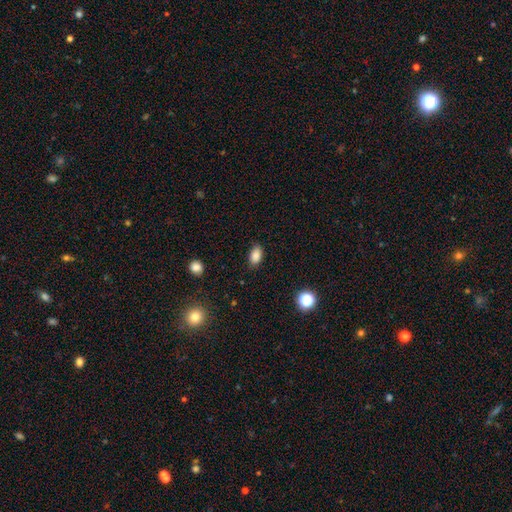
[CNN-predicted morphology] smooth-or-featured: smooth: 86% | star or artifact: 10% | featured or disk: 4%
  how-rounded: in between: 89% | round: 9% | cigar-shaped: 3%
  merging: none: 82% | minor disturbance: 14% | major disturbance: 3% | merger: 1%